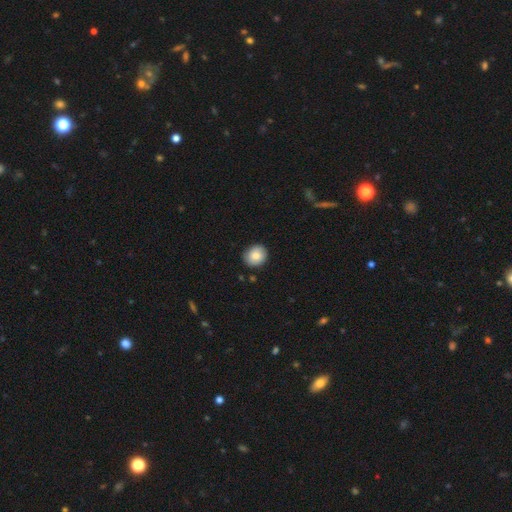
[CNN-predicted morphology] smooth-or-featured: smooth: 80% | featured or disk: 12% | star or artifact: 8%
  how-rounded: round: 78% | in between: 21% | cigar-shaped: 1%
  merging: none: 85% | minor disturbance: 11% | major disturbance: 2% | merger: 1%